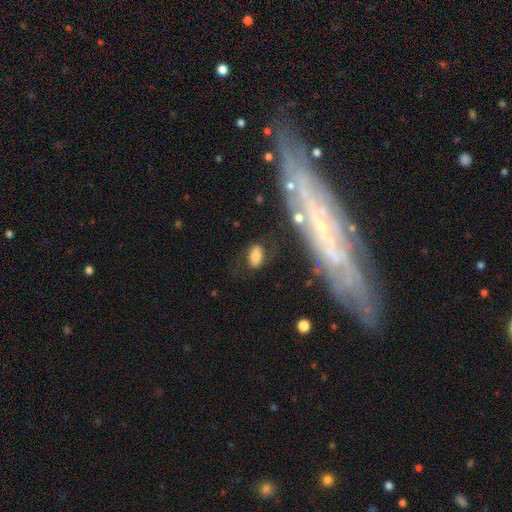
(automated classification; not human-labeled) This is likely a smooth galaxy (75%). How rounded: clearly in between (86%). Merging: likely none (71%).